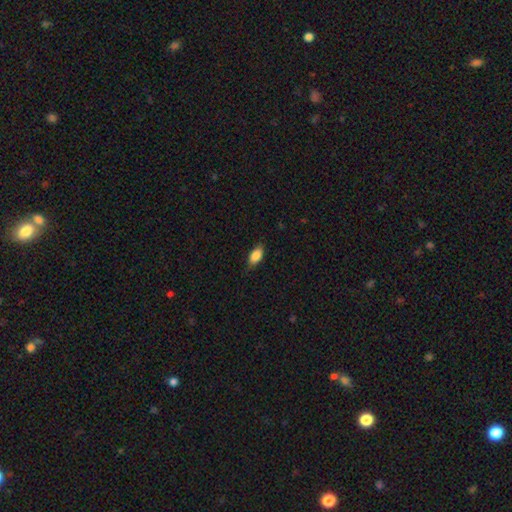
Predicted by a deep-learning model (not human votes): The model was most divided on "merging": none: 77%, minor disturbance: 19%, major disturbance: 3%, merger: 1%. More confident: how rounded — in between (89%); smooth or featured — smooth (85%).